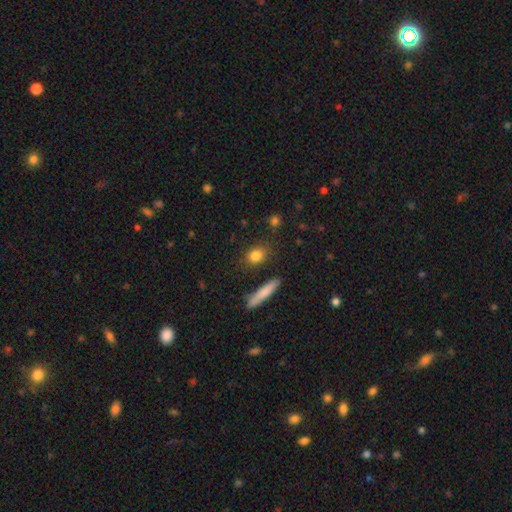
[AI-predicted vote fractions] Overall: smooth (83%). How rounded: in between (48%; round 40%). Merging: none (82%).